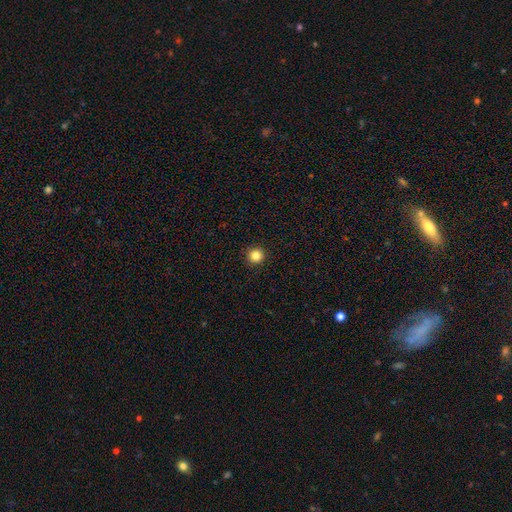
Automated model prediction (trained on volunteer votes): A smooth galaxy with no disk features (84%) that is round (96%). Merging: none (93%).